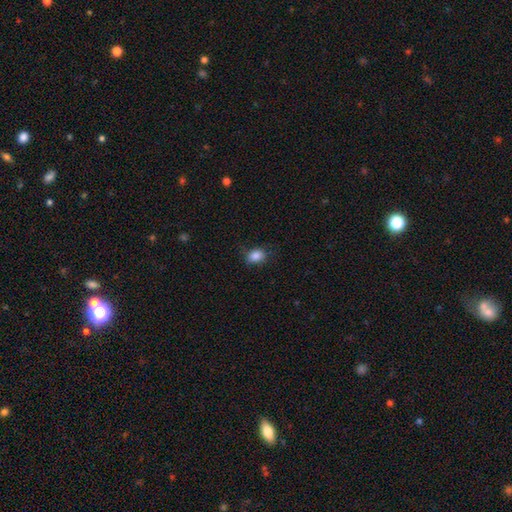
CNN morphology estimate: This is clearly a smooth galaxy (85%). How rounded: possibly in between (57%). Merging: likely none (75%).